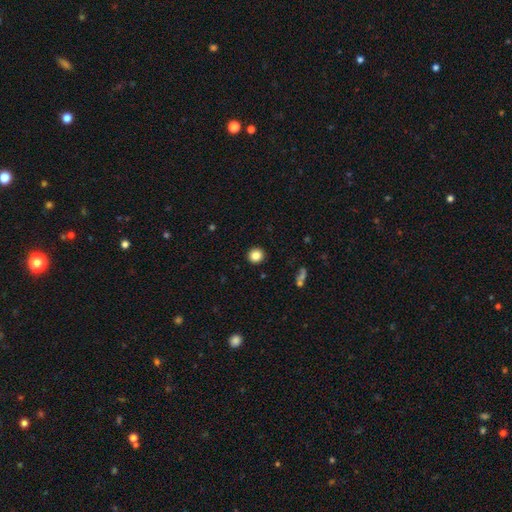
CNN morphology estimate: Smooth or featured? smooth (85%)
How rounded? round (93%)
Merging? none (93%)